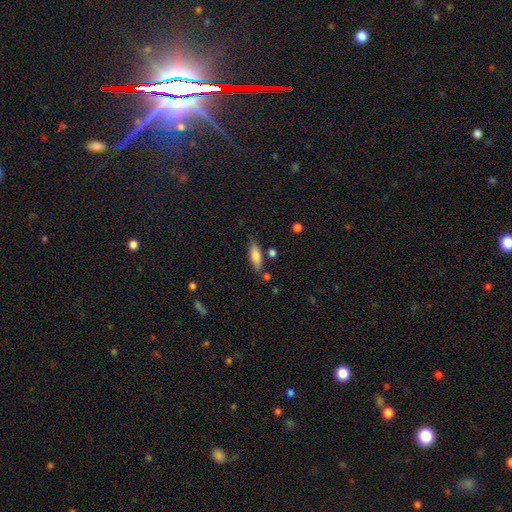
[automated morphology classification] Smooth or featured? smooth (79%)
How rounded? in between (58%)
Merging? none (76%)